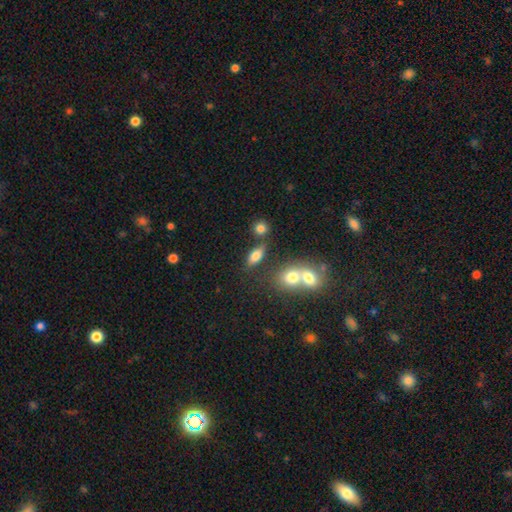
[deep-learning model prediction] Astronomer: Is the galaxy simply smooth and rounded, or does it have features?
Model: smooth — 76%.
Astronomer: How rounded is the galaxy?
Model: in between — 78%.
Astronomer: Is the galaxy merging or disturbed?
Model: none — 60%.